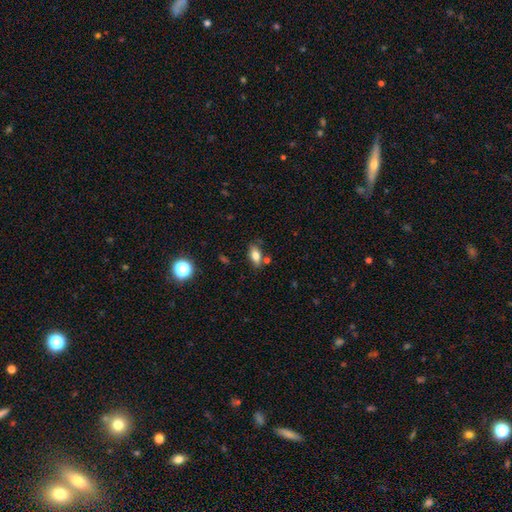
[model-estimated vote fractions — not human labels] The model was most divided on "merging": none: 75%, minor disturbance: 14%, merger: 8%, major disturbance: 3%. More confident: how rounded — in between (87%); smooth or featured — smooth (77%).